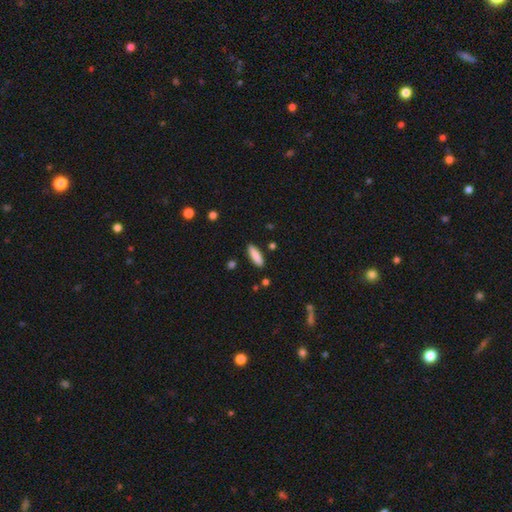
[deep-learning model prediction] Smooth or featured? smooth (87%)
How rounded? cigar-shaped (60%)
Merging? none (88%)